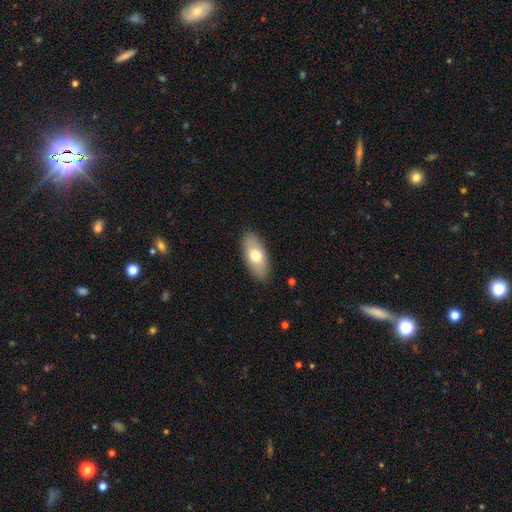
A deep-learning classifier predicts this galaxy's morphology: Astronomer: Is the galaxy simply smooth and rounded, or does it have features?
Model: smooth — 71%.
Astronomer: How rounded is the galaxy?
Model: in between — 87%.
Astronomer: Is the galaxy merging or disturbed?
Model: none — 88%.